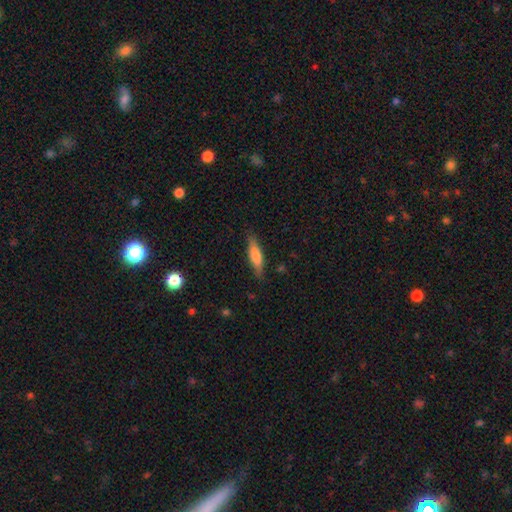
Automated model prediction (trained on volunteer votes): Overall: smooth (69%). How rounded: cigar-shaped (66%; in between 32%). Merging: none (82%).